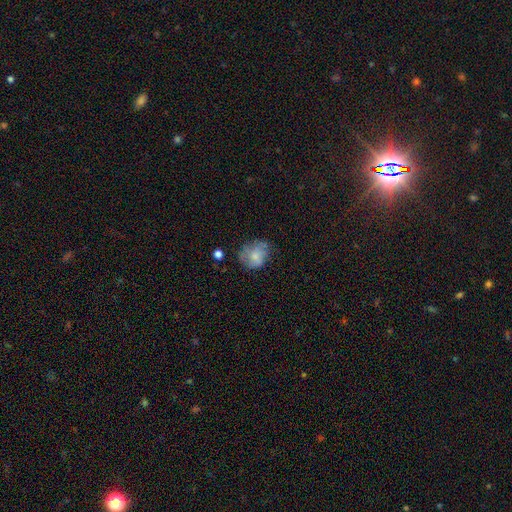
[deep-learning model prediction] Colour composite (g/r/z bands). It shows a smooth galaxy with no disk features (65%) that is round (63%). Merging: none (51%).